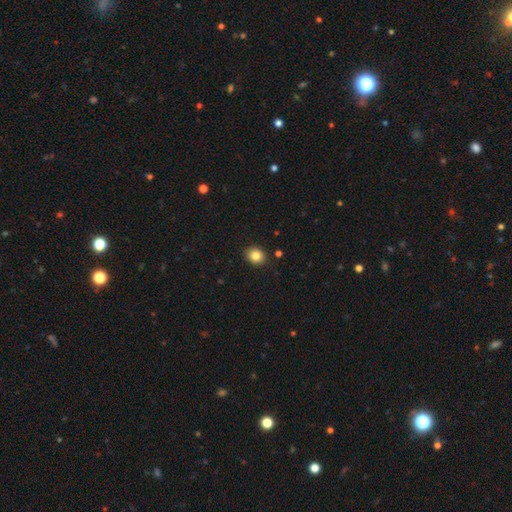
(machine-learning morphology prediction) This is clearly a smooth galaxy (84%). How rounded: possibly round (60%). Merging: clearly none (89%).